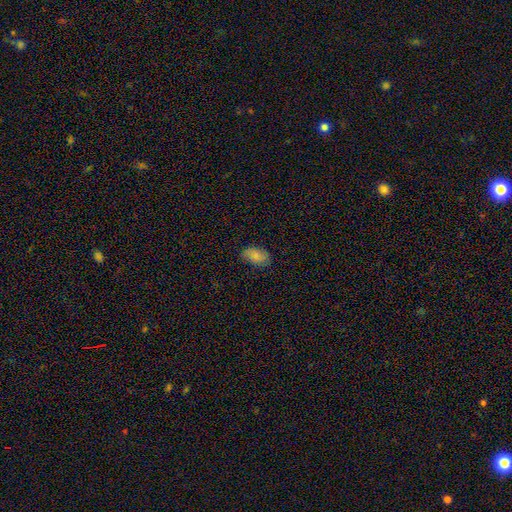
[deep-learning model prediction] smooth 82%, featured or disk 10%, star or artifact 8%. Down the decision tree: how rounded — in between (93%); merging — none (75%).